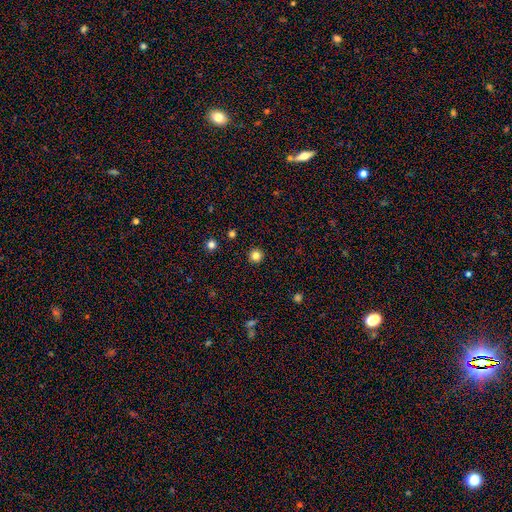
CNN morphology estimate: smooth 82%, star or artifact 13%, featured or disk 5%. Down the decision tree: how rounded — round (96%); merging — none (93%).